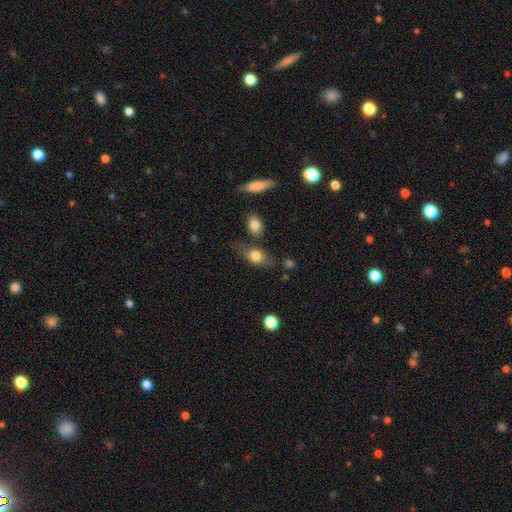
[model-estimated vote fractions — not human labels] Smooth or featured? smooth (74%)
How rounded? in between (73%)
Merging? none (59%)